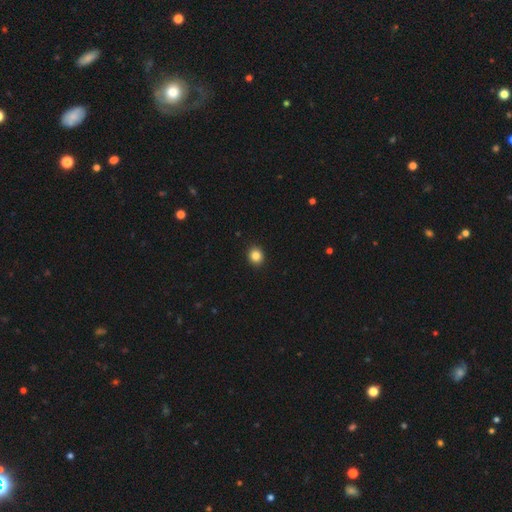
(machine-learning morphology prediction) Smooth or featured: smooth — 86% (star or artifact — 10%)
How rounded: round — 79% (in between — 20%)
Merging: none — 92% (minor disturbance — 5%)